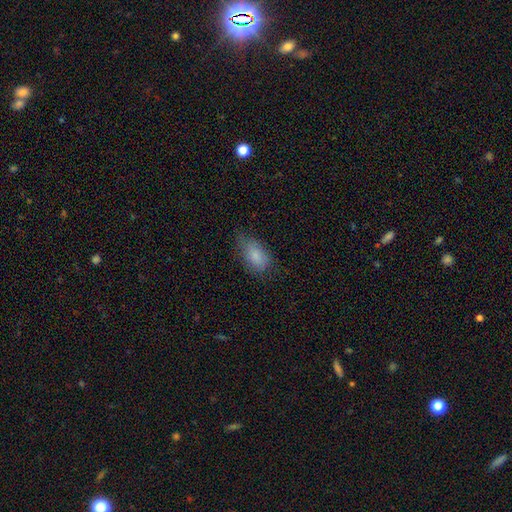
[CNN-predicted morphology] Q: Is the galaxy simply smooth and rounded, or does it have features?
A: smooth — 83%.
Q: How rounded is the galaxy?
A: in between — 91%.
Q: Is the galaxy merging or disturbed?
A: none — 57%.